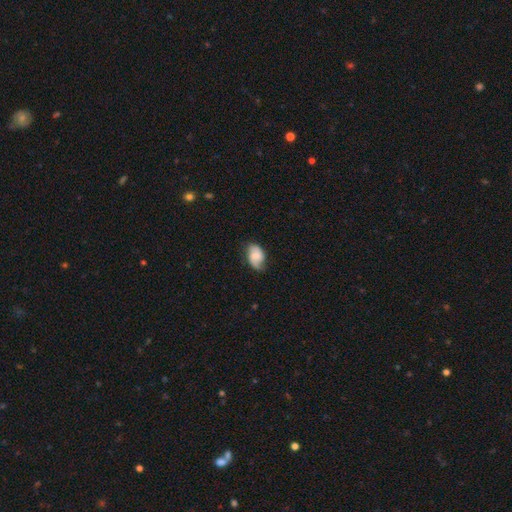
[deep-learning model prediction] This is possibly a smooth galaxy (53%). How rounded: clearly in between (86%). Merging: likely none (61%).